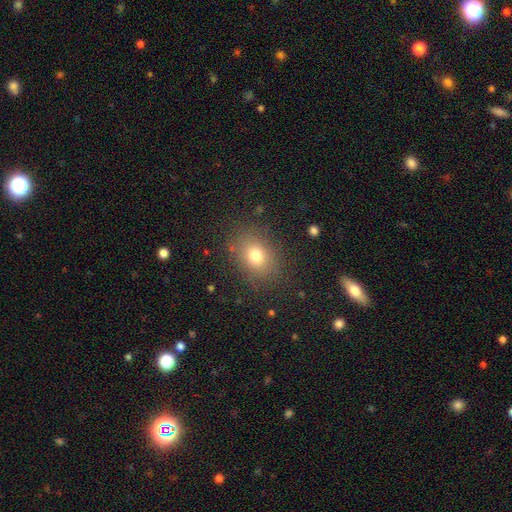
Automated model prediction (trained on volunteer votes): A smooth galaxy with no disk features (75%) that is in between round and cigar-shaped (56%).

Vote fractions:
- Smooth or featured? smooth: 75% / star or artifact: 14% / featured or disk: 11%
- How rounded? in between: 56% / round: 43% / cigar-shaped: 1%
- Merging? none: 82% / minor disturbance: 11% / major disturbance: 5% / merger: 1%